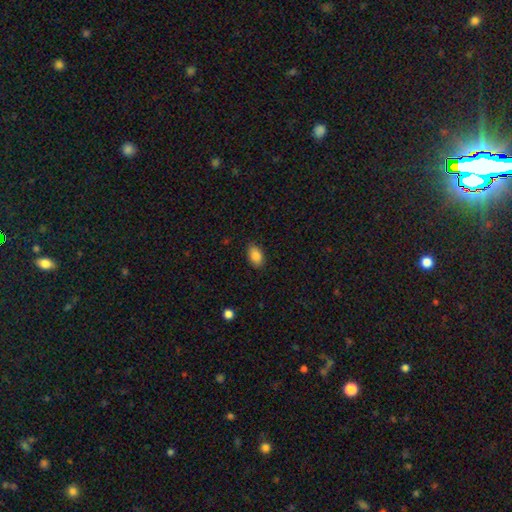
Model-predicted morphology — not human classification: smooth 85%, star or artifact 8%, featured or disk 7%. Down the decision tree: how rounded — in between (88%); merging — none (84%).